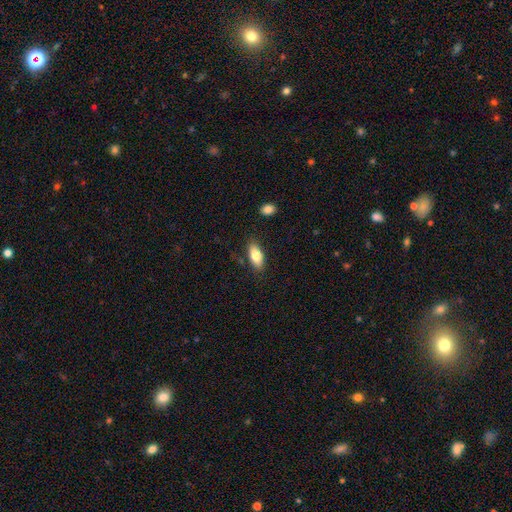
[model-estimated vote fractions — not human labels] Smooth or featured?
  - smooth: 80% *
  - featured or disk: 13%
  - star or artifact: 7%
How rounded?
  - in between: 85% *
  - cigar-shaped: 13%
  - round: 3%
Merging?
  - none: 82% *
  - minor disturbance: 13%
  - major disturbance: 3%
  - merger: 2%